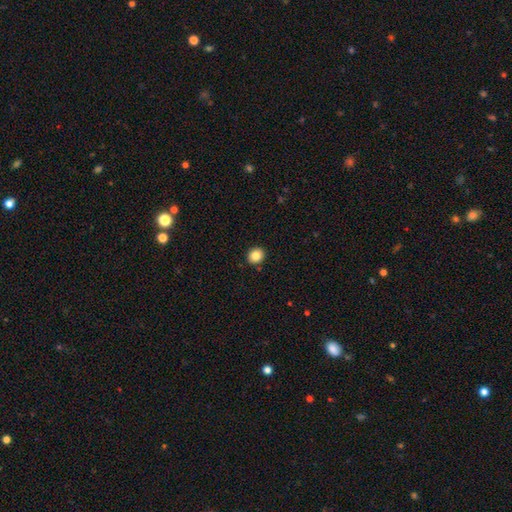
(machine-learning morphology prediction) Smooth or featured? smooth (84%)
How rounded? round (83%)
Merging? none (91%)